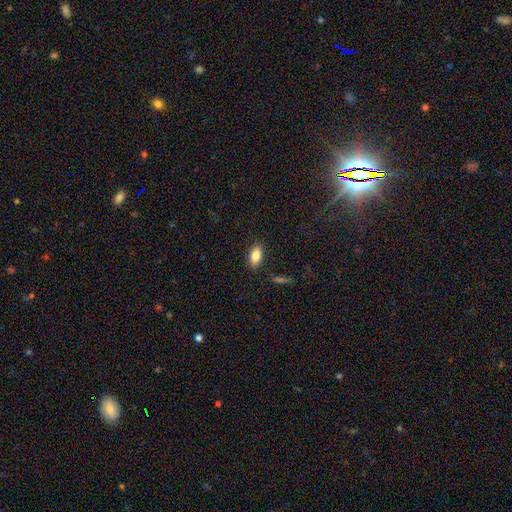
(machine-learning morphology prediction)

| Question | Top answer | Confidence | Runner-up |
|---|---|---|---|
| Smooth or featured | smooth | 84% | featured or disk (8%) |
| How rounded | in between | 88% | cigar-shaped (9%) |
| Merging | none | 86% | minor disturbance (10%) |